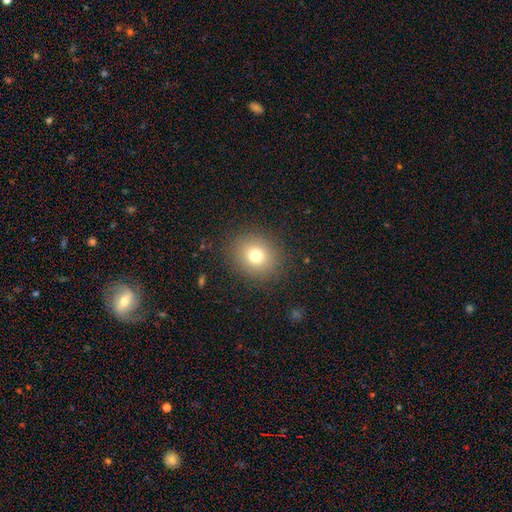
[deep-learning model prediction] A smooth galaxy with no disk features (75%) that is round (76%). Merging: none (88%).